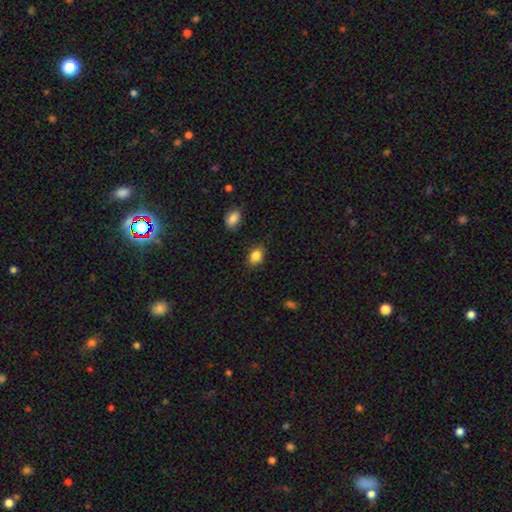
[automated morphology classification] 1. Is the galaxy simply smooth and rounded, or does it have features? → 85% smooth, 9% star or artifact, 5% featured or disk.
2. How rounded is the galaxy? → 71% in between, 28% round, 1% cigar-shaped.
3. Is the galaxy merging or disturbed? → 80% none, 15% minor disturbance, 3% major disturbance, 2% merger.